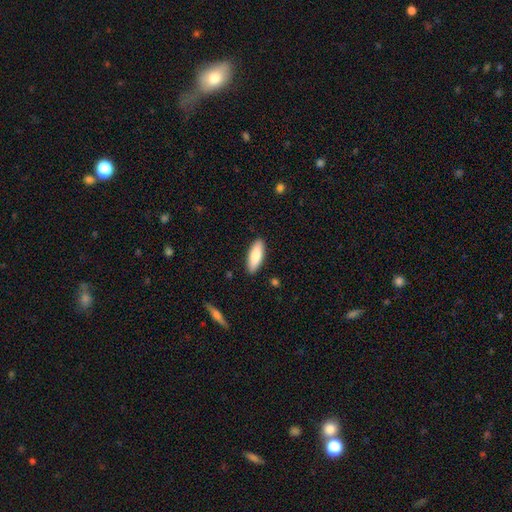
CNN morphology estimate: Overall: smooth (83%). How rounded: in between (64%; cigar-shaped 34%). Merging: none (88%).